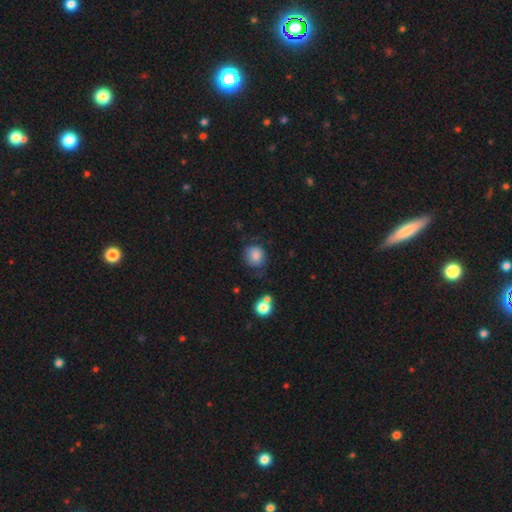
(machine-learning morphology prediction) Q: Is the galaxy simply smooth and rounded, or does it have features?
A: smooth — 80%.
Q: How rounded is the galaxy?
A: round — 81%.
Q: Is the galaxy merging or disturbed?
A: none — 64%.